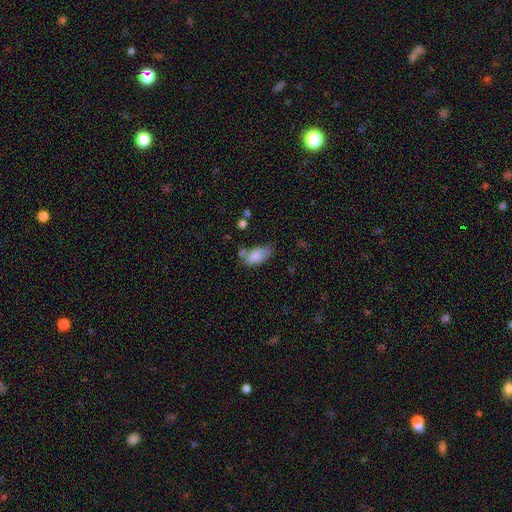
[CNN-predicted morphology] Smooth or featured? Predicted: smooth (p=0.81). How rounded? Predicted: in between (p=0.92). Merging? Predicted: none (p=0.46).